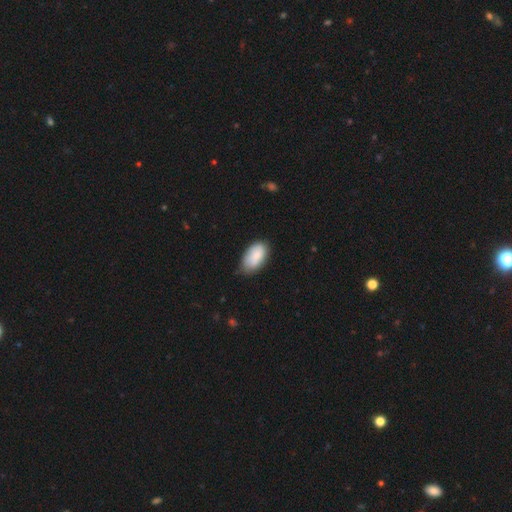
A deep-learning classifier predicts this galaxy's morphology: smooth_or_featured: smooth (p=0.85) [alt: featured or disk p=0.09]
how_rounded: in between (p=0.94) [alt: round p=0.03]
merging: none (p=0.66) [alt: minor disturbance p=0.28]